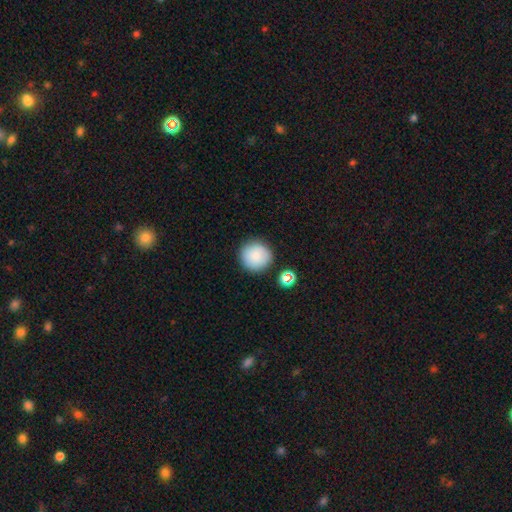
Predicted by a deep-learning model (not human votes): A smooth galaxy with no disk features (86%) that is round (94%). Merging: none (86%).